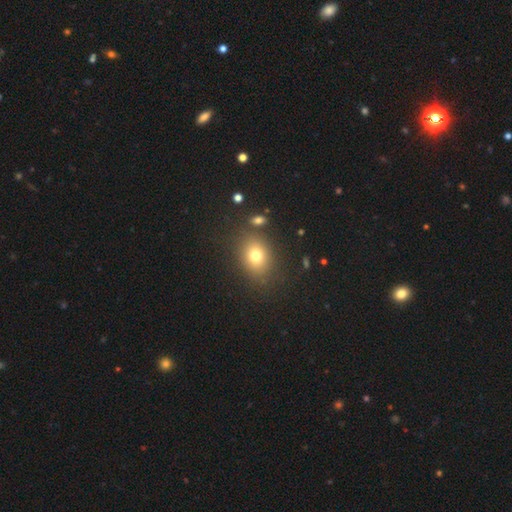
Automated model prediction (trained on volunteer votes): Smooth or featured?
  - smooth: 75% *
  - star or artifact: 14%
  - featured or disk: 11%
How rounded?
  - in between: 52% *
  - round: 47%
  - cigar-shaped: 1%
Merging?
  - none: 81% *
  - minor disturbance: 10%
  - merger: 4%
  - major disturbance: 4%